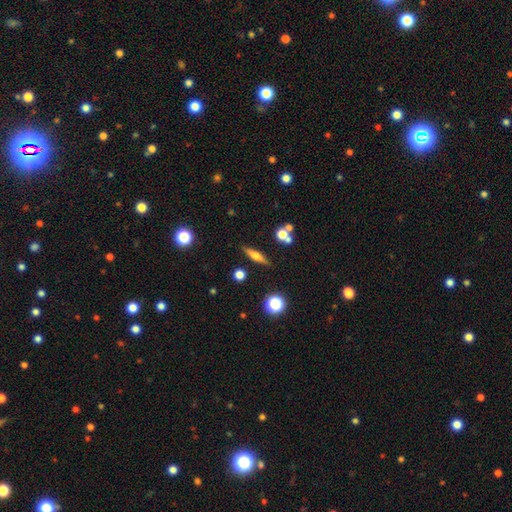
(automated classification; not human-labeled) smooth_or_featured: featured or disk (p=0.52) [alt: smooth p=0.39]
disk_edge_on: yes (p=0.94) [alt: no p=0.06]
merging: none (p=0.84) [alt: minor disturbance p=0.09]